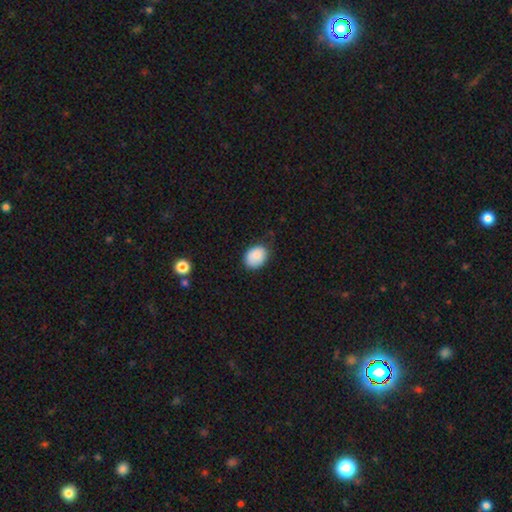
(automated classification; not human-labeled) smooth 86%, star or artifact 7%, featured or disk 6%. Down the decision tree: how rounded — in between (59%); merging — none (65%).